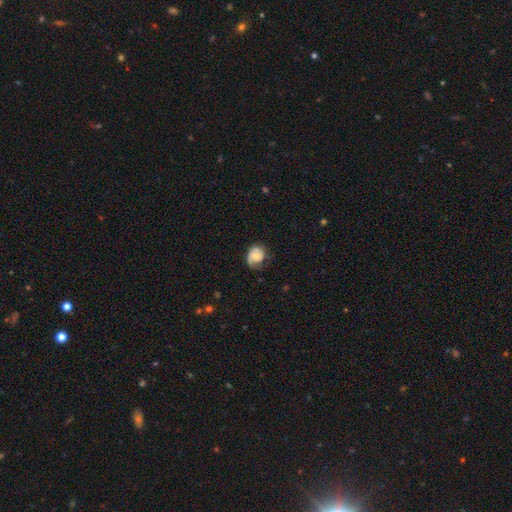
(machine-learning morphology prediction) smooth-or-featured: featured or disk: 52% | smooth: 41% | star or artifact: 7%
  disk-edge-on: no: 97% | yes: 3%
    bar: no: 71% | weak: 24% | strong: 4%
    has-spiral-arms: yes: 84% | no: 16%
    bulge-size: moderate: 57% | small: 34% | large: 5% | none: 3% | dominant: 1%
  merging: none: 59% | minor disturbance: 28% | major disturbance: 11% | merger: 1%